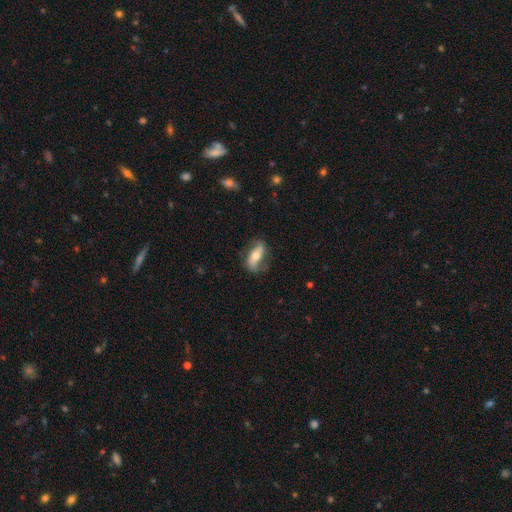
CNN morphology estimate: Smooth or featured?
  - featured or disk: 51% *
  - smooth: 42%
  - star or artifact: 7%
Edge-on disk?
  - no: 80% *
  - yes: 20%
Merging?
  - none: 68% *
  - minor disturbance: 21%
  - major disturbance: 9%
  - merger: 2%